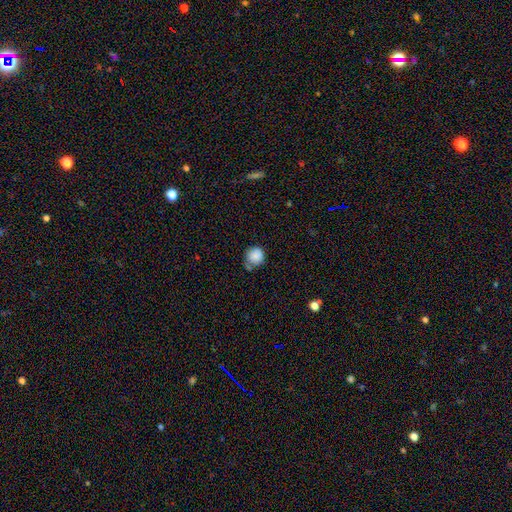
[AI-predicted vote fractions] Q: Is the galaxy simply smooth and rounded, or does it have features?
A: smooth — 86%.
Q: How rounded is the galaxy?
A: round — 91%.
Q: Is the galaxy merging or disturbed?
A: none — 61%.